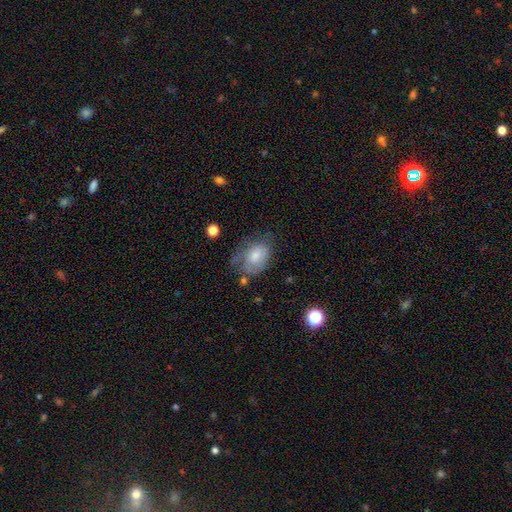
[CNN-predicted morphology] Smooth or featured?
  - smooth: 58% *
  - featured or disk: 34%
  - star or artifact: 8%
How rounded?
  - in between: 81% *
  - round: 18%
  - cigar-shaped: 1%
Merging?
  - none: 40% *
  - minor disturbance: 33%
  - major disturbance: 22%
  - merger: 4%